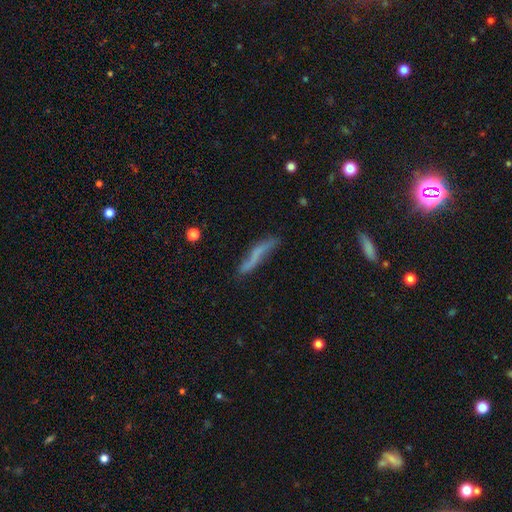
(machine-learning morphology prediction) The model was most divided on "smooth or featured": smooth: 51%, featured or disk: 40%, star or artifact: 9%. More confident: how rounded — cigar-shaped (89%); merging — none (60%).